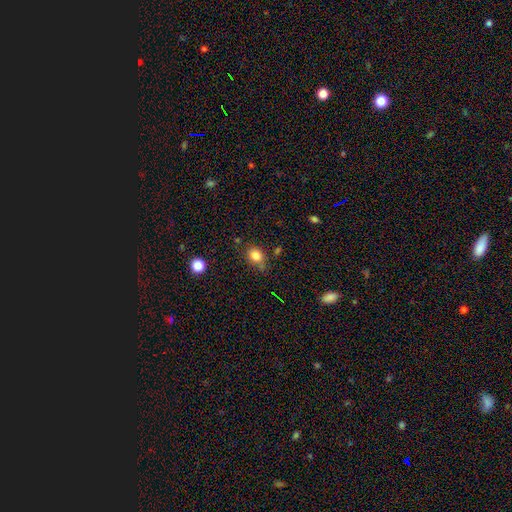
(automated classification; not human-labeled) This is clearly a smooth galaxy (81%). How rounded: possibly round (57%). Merging: likely none (64%).